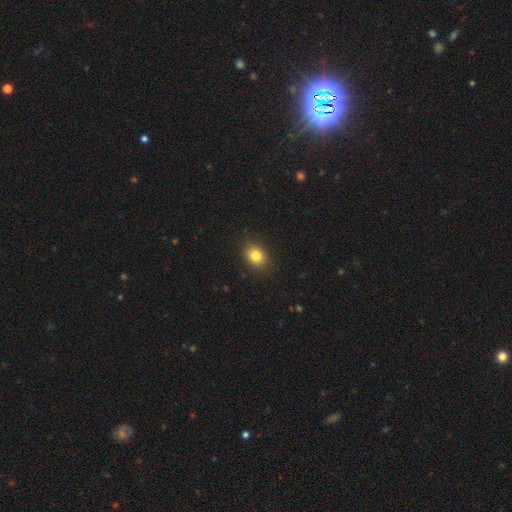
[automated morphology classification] Overall: smooth (82%). How rounded: round (53%; in between 46%). Merging: none (88%).